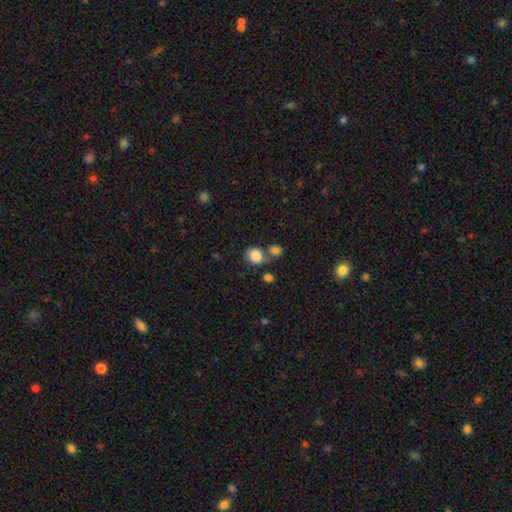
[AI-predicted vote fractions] A smooth galaxy with no disk features (85%) that is round (74%). Merging: none (43%).